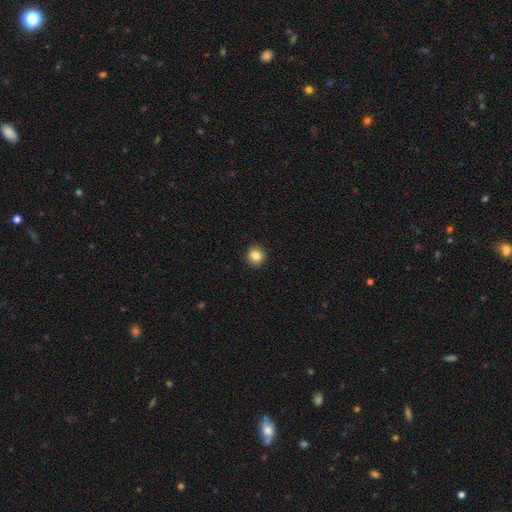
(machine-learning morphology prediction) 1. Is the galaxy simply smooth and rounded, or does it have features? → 85% smooth, 10% star or artifact, 5% featured or disk.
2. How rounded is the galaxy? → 87% round, 12% in between, 1% cigar-shaped.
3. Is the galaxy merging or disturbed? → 92% none, 5% minor disturbance, 2% major disturbance, 1% merger.